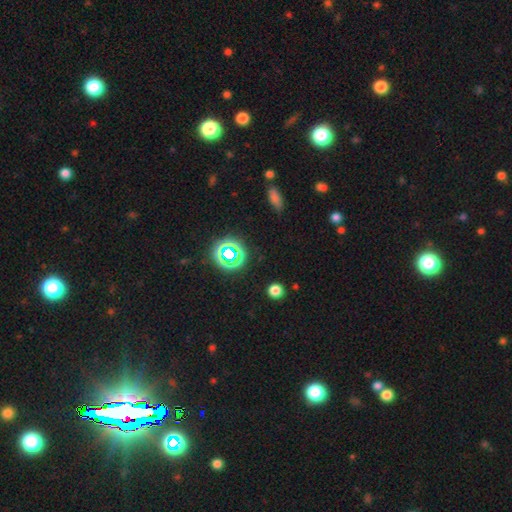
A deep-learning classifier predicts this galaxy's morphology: smooth_or_featured: smooth (p=0.46) [alt: star or artifact p=0.43]
merging: none (p=0.87) [alt: minor disturbance p=0.07]